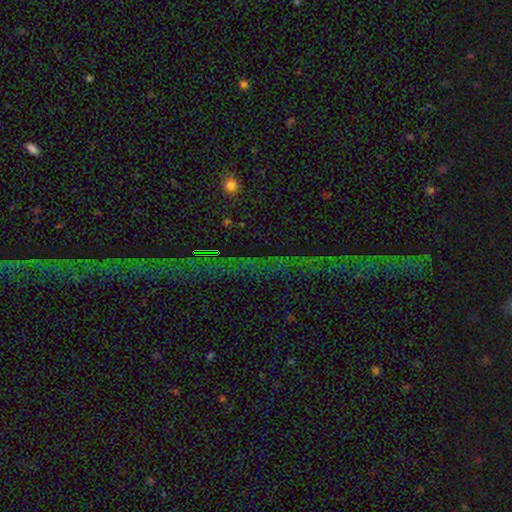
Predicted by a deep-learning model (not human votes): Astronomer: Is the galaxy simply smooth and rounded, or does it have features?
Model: star or artifact — 78%.